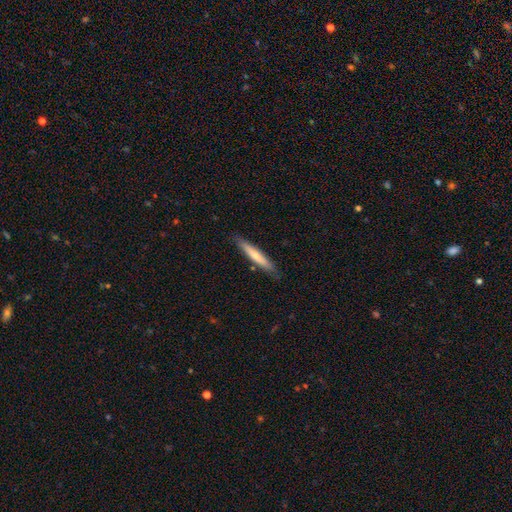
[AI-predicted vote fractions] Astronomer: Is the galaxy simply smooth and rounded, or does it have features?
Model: smooth — 65%.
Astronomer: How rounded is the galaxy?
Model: cigar-shaped — 93%.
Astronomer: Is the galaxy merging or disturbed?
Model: none — 86%.